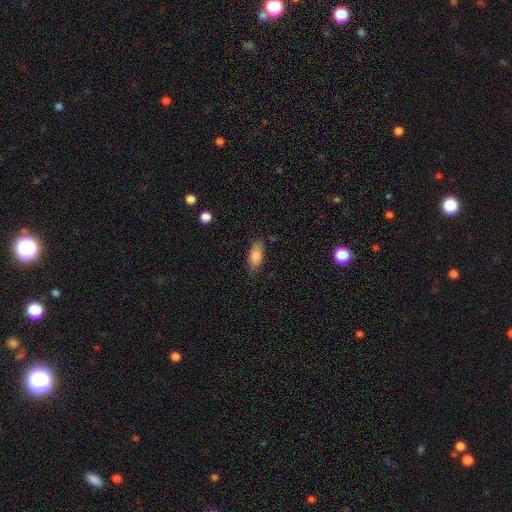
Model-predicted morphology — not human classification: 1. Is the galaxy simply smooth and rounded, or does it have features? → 86% smooth, 7% star or artifact, 7% featured or disk.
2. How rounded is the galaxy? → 87% in between, 10% cigar-shaped, 3% round.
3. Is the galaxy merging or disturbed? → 72% none, 22% minor disturbance, 5% major disturbance, 2% merger.